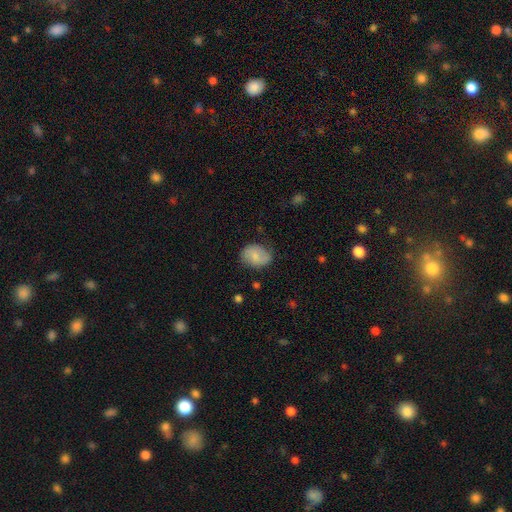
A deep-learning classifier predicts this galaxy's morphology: Q: Smooth or featured?
A: smooth (66%); runner-up: featured or disk (27%)
Q: How rounded?
A: in between (63%); runner-up: round (36%)
Q: Merging?
A: none (72%); runner-up: minor disturbance (21%)